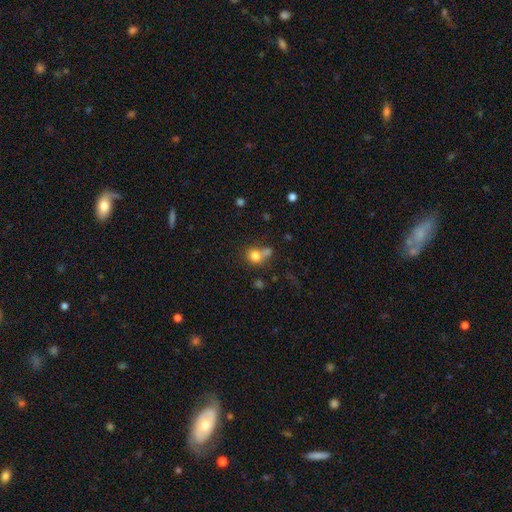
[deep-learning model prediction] Smooth or featured? Predicted: smooth (p=0.78). How rounded? Predicted: round (p=0.77). Merging? Predicted: none (p=0.44).